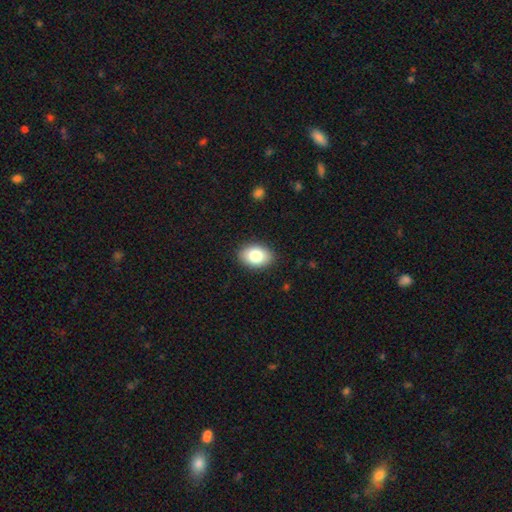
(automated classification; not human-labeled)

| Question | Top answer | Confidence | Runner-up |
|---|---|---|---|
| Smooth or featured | smooth | 82% | featured or disk (11%) |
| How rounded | in between | 82% | round (17%) |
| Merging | none | 89% | minor disturbance (8%) |